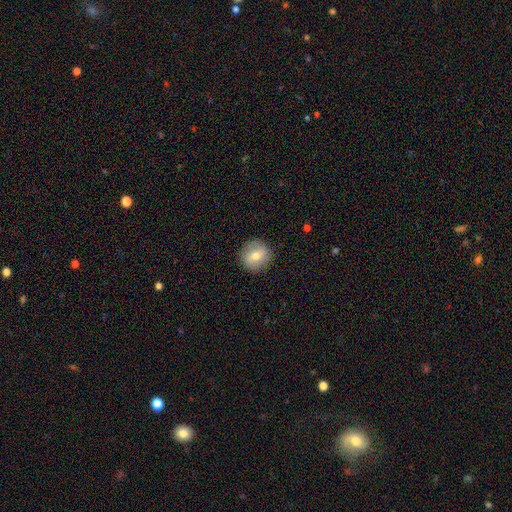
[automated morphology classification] smooth-or-featured: smooth: 63% | featured or disk: 28% | star or artifact: 8%
  how-rounded: round: 92% | in between: 7% | cigar-shaped: 1%
  merging: none: 89% | minor disturbance: 7% | major disturbance: 2% | merger: 1%